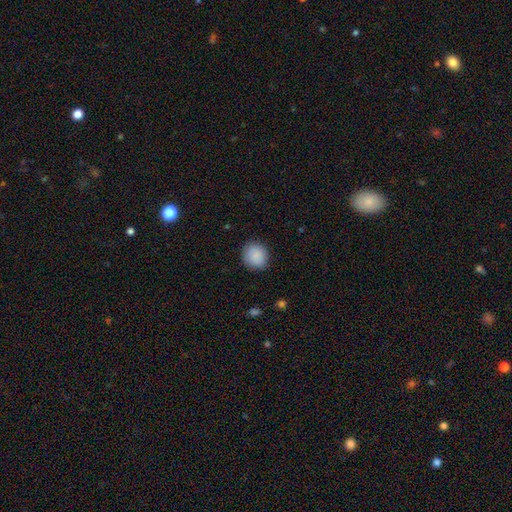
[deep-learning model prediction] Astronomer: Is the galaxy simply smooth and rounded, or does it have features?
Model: smooth — 89%.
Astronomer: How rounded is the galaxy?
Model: round — 81%.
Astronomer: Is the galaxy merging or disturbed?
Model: none — 88%.